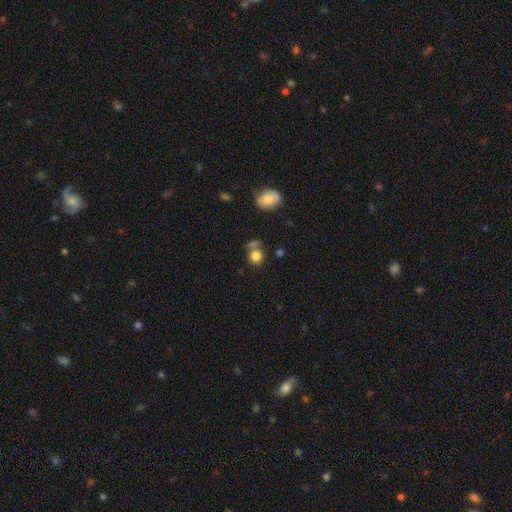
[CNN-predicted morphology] A smooth galaxy with no disk features (82%) that is round (78%). Merging: none (58%).